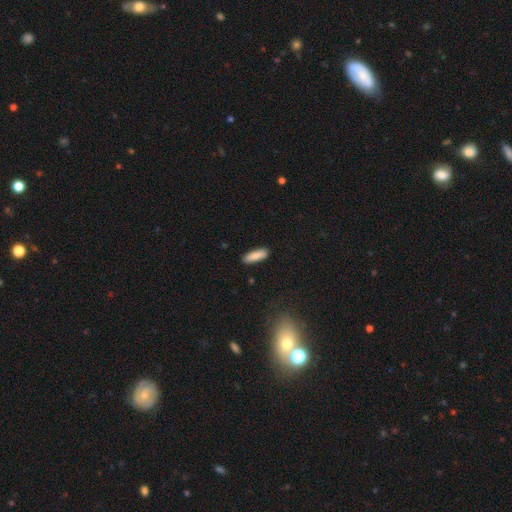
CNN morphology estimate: Smooth or featured: smooth — 86% (featured or disk — 8%)
How rounded: in between — 51% (cigar-shaped — 47%)
Merging: none — 88% (minor disturbance — 9%)